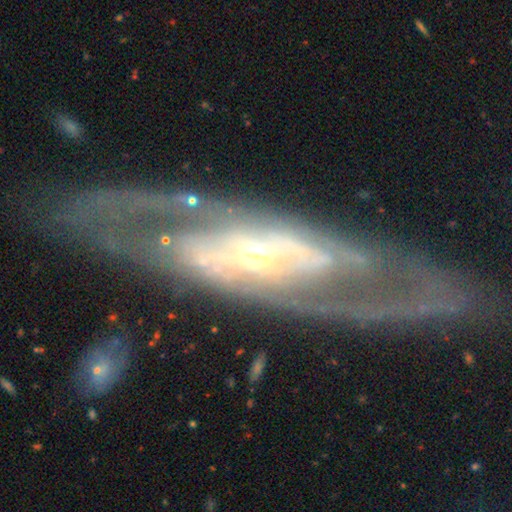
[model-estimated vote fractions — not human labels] Smooth or featured: featured or disk — 81% (smooth — 12%)
Edge-on disk: no — 76% (yes — 24%)
Bar: no — 54% (weak — 29%)
Spiral arms: yes — 66% (no — 34%)
Bulge size: moderate — 47% (small — 45%)
Merging: none — 56% (major disturbance — 21%)